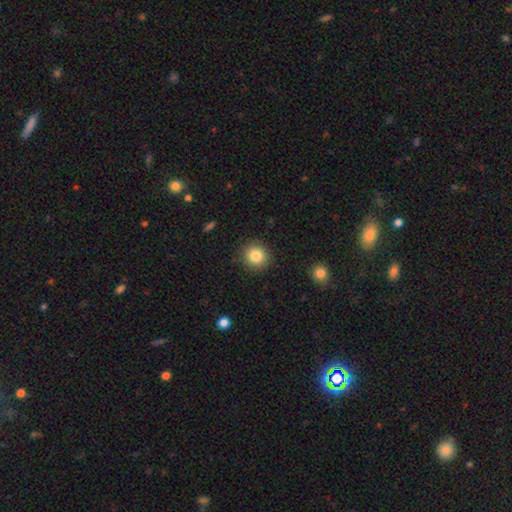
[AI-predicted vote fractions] Smooth or featured: smooth — 84% (star or artifact — 10%)
How rounded: round — 91% (in between — 8%)
Merging: none — 90% (minor disturbance — 6%)